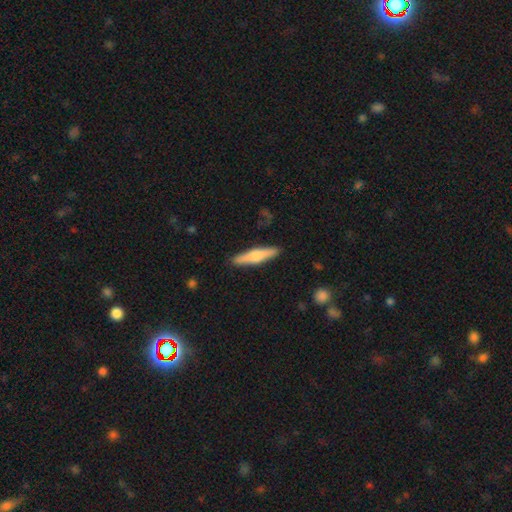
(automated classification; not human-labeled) The model was most divided on "smooth or featured" (2-way tie): smooth: 47%, featured or disk: 47%, star or artifact: 6%. More confident: merging — none (89%).